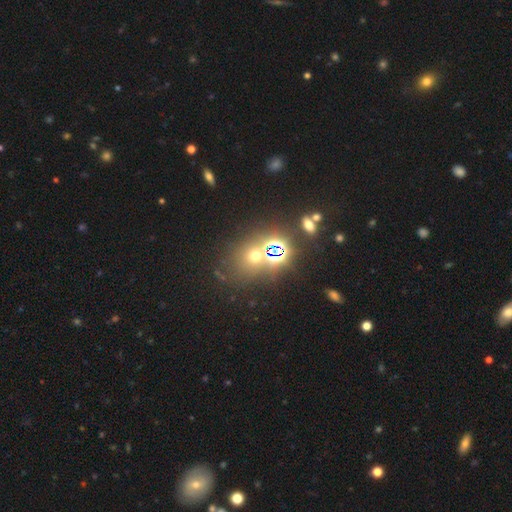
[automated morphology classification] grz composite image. It shows a star or artifact, not a galaxy (45%, tied with smooth).